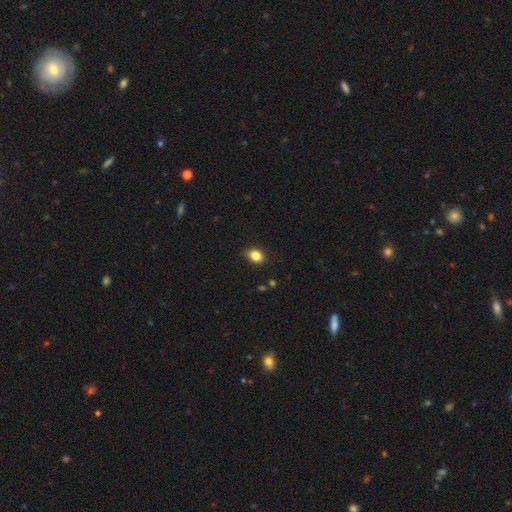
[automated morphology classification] A smooth galaxy with no disk features (84%) that is in between round and cigar-shaped (55%). Merging: none (86%).